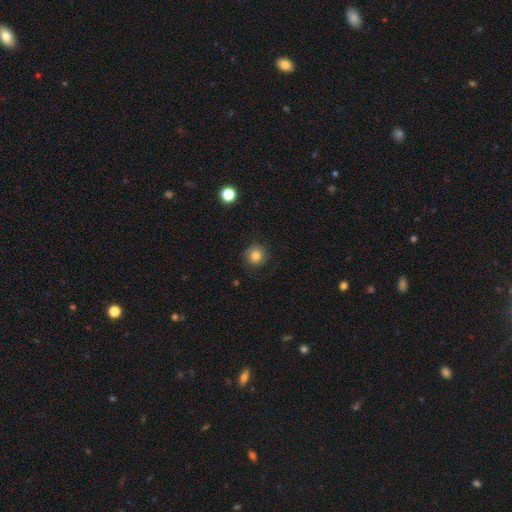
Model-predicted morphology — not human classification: smooth-or-featured: smooth: 81% | star or artifact: 12% | featured or disk: 7%
  how-rounded: round: 93% | in between: 6% | cigar-shaped: 1%
  merging: none: 88% | minor disturbance: 8% | major disturbance: 2% | merger: 1%